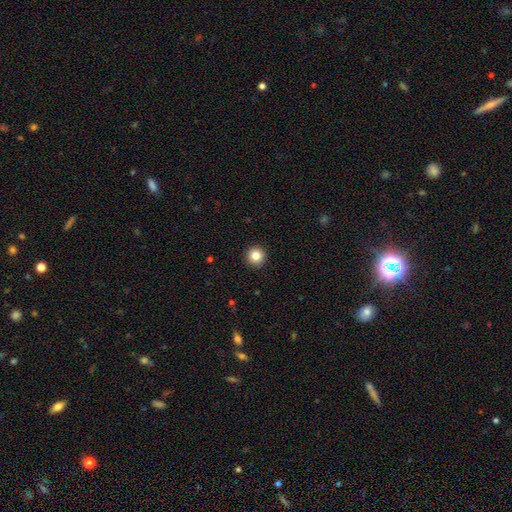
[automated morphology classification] Smooth or featured? smooth (83%)
How rounded? round (96%)
Merging? none (94%)